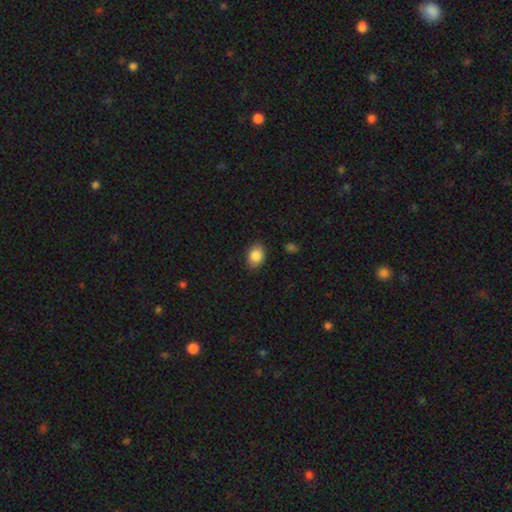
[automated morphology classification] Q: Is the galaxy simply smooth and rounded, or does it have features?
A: smooth — 87%.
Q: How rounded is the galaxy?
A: in between — 75%.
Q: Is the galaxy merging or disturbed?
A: none — 87%.